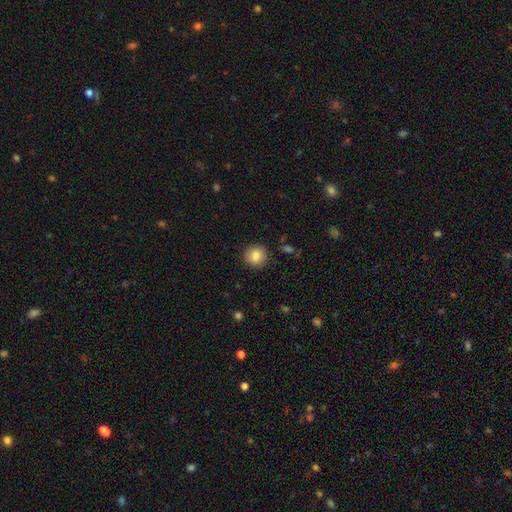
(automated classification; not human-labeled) Smooth or featured? smooth (85%)
How rounded? round (92%)
Merging? none (91%)